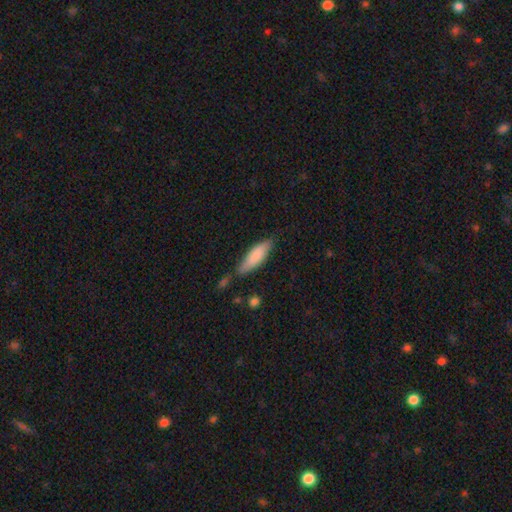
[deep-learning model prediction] Smooth or featured?
  - smooth: 82% *
  - featured or disk: 12%
  - star or artifact: 6%
How rounded?
  - cigar-shaped: 52% *
  - in between: 47%
  - round: 2%
Merging?
  - none: 67% *
  - minor disturbance: 23%
  - merger: 5%
  - major disturbance: 5%